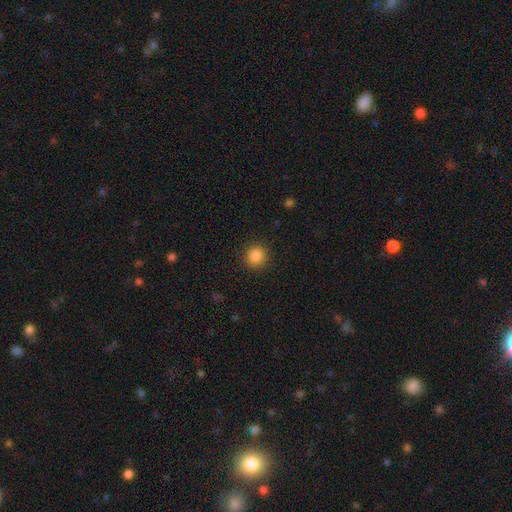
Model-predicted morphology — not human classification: Q: Smooth or featured?
A: smooth (86%); runner-up: star or artifact (10%)
Q: How rounded?
A: round (89%); runner-up: in between (10%)
Q: Merging?
A: none (90%); runner-up: minor disturbance (6%)